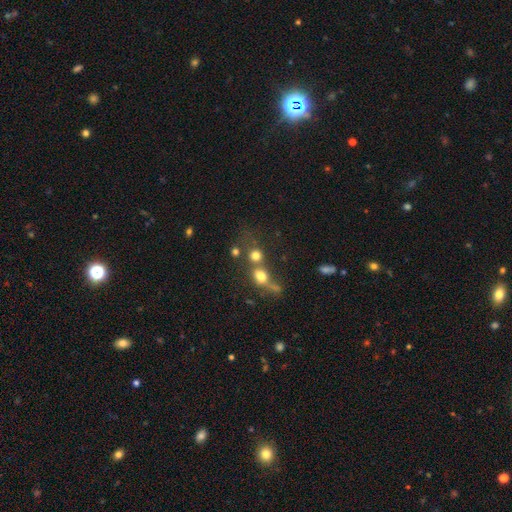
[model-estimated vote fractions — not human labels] The model was most divided on "merging": merger: 45%, none: 38%, minor disturbance: 8%, major disturbance: 8%. More confident: how rounded — round (80%); smooth or featured — smooth (71%).